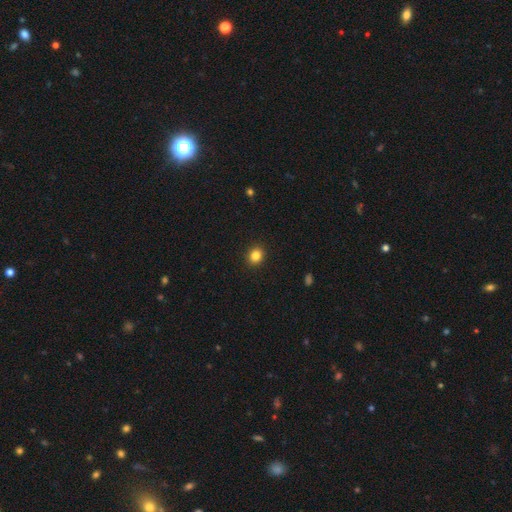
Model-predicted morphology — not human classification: A smooth galaxy with no disk features (84%) that is round (79%). Merging: none (92%).